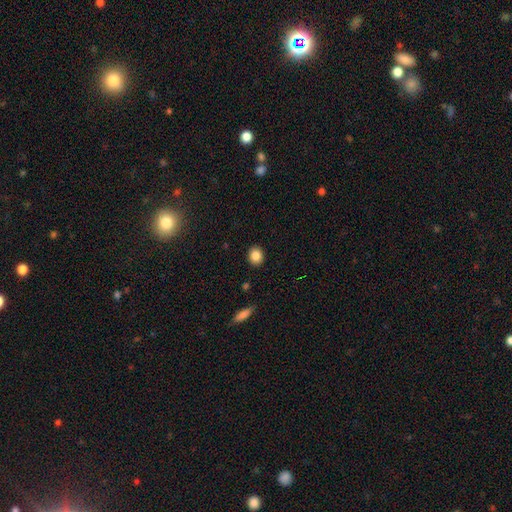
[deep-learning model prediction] Q: Smooth or featured?
A: smooth (85%); runner-up: star or artifact (9%)
Q: How rounded?
A: round (71%); runner-up: in between (27%)
Q: Merging?
A: none (90%); runner-up: minor disturbance (7%)